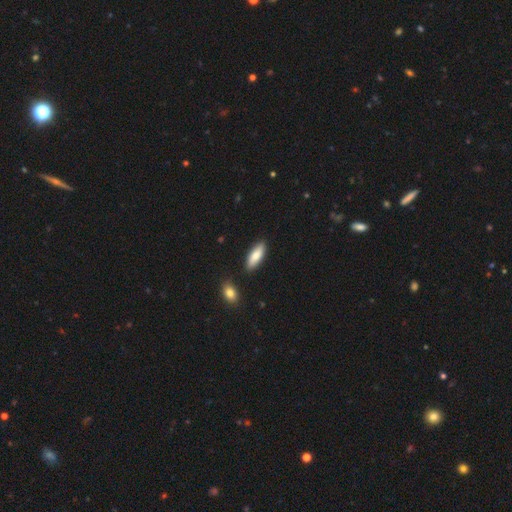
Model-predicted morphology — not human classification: type=smooth (80%); roundness=in between (65%); merging=none (86%).